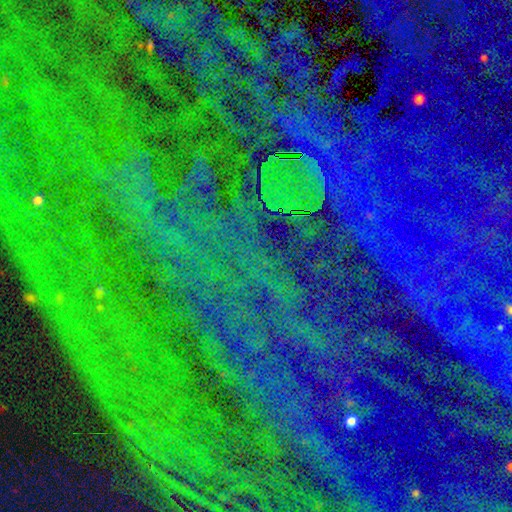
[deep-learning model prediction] smooth_or_featured: star or artifact (p=0.85) [alt: smooth p=0.08]